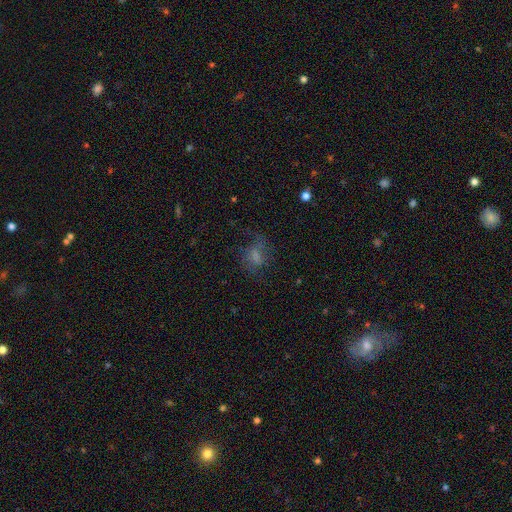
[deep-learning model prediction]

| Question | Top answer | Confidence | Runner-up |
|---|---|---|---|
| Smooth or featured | smooth | 52% | featured or disk (31%) |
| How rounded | in between | 64% | round (32%) |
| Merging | none | 51% | major disturbance (25%) |